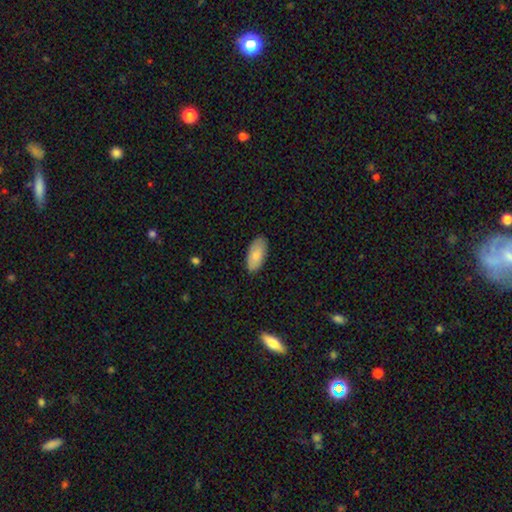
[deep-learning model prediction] smooth_or_featured: smooth (p=0.82) [alt: featured or disk p=0.12]
how_rounded: in between (p=0.94) [alt: cigar-shaped p=0.04]
merging: none (p=0.86) [alt: minor disturbance p=0.11]